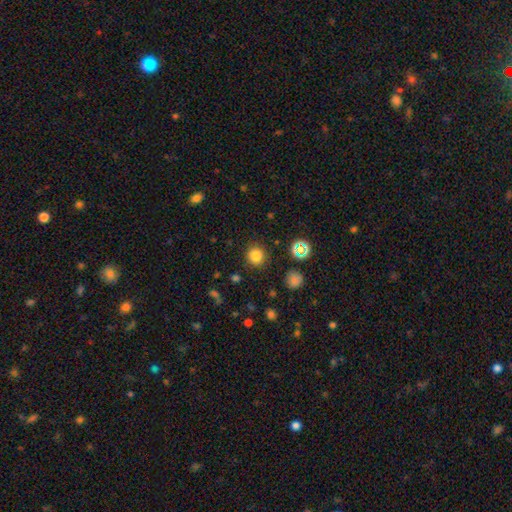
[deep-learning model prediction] smooth-or-featured: smooth: 80% | star or artifact: 15% | featured or disk: 5%
  how-rounded: round: 92% | in between: 7% | cigar-shaped: 1%
  merging: none: 88% | minor disturbance: 7% | major disturbance: 3% | merger: 2%